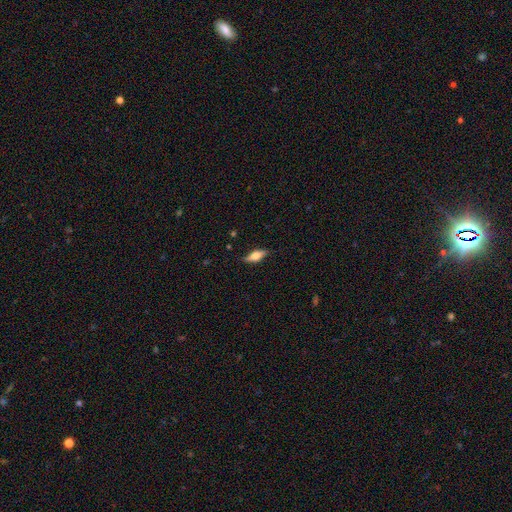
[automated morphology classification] smooth_or_featured: smooth (p=0.48) [alt: featured or disk p=0.45]
merging: none (p=0.82) [alt: minor disturbance p=0.14]